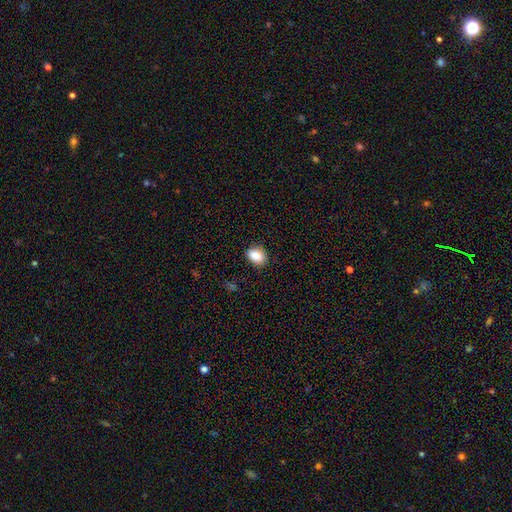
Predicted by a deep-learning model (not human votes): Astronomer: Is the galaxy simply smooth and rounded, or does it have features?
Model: smooth — 87%.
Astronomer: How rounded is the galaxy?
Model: in between — 73%.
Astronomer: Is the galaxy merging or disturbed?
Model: none — 83%.